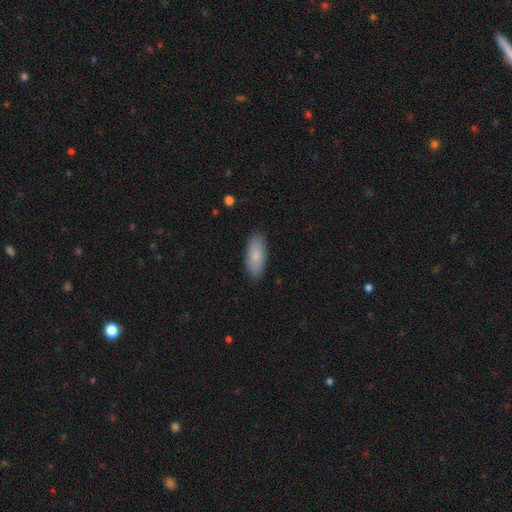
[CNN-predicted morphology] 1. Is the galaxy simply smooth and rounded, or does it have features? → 82% smooth, 12% featured or disk, 6% star or artifact.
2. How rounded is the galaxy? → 83% in between, 15% cigar-shaped, 2% round.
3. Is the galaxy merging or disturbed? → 88% none, 9% minor disturbance, 2% major disturbance, 1% merger.